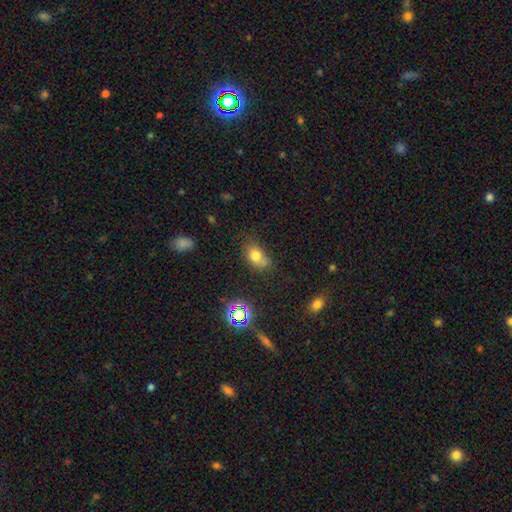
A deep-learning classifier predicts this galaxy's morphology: A smooth galaxy with no disk features (73%) that is in between round and cigar-shaped (72%). Merging: none (52%).